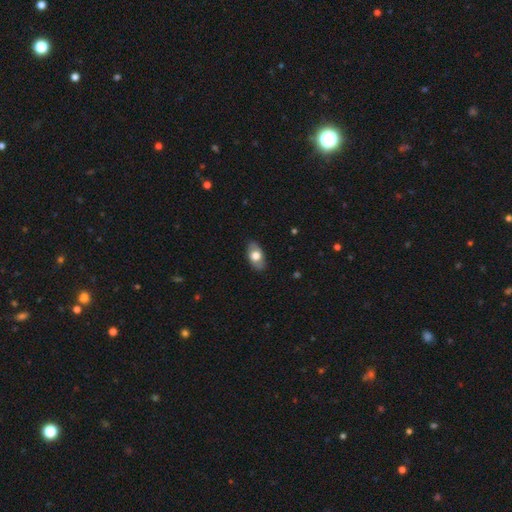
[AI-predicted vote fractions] Smooth or featured? smooth (67%)
How rounded? in between (91%)
Merging? none (85%)